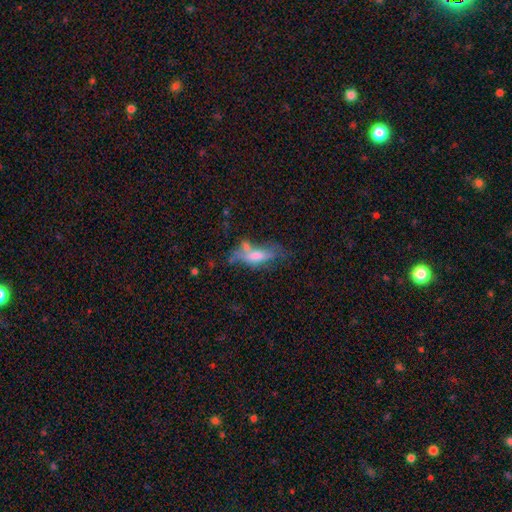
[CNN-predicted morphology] type=smooth (48%); merging=none (35%).